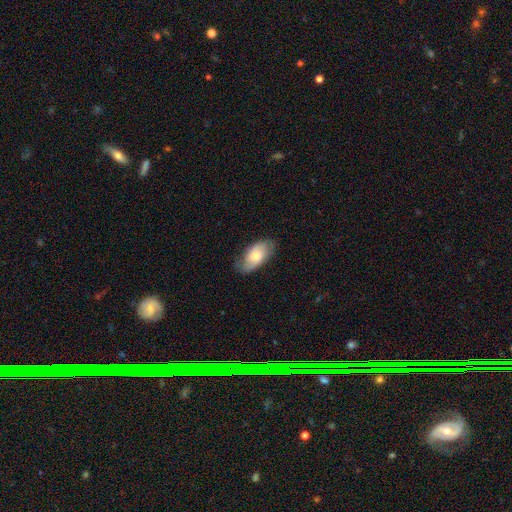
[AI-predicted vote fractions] This appears to be a smooth galaxy with no disk features (64%) that is in between round and cigar-shaped (93%). Merging: none (73%).